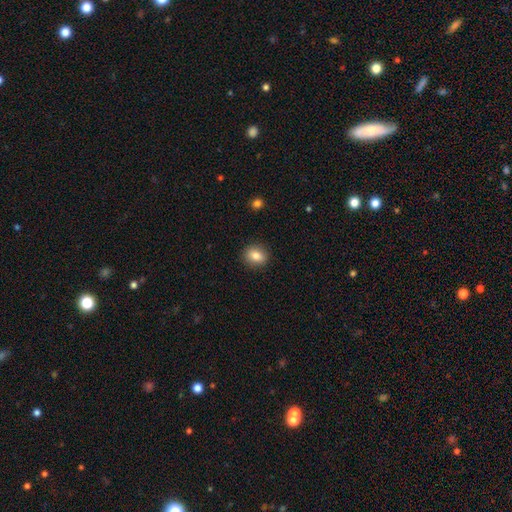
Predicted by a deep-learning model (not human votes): Q: Smooth or featured?
A: smooth (82%); runner-up: star or artifact (9%)
Q: How rounded?
A: round (61%); runner-up: in between (38%)
Q: Merging?
A: none (89%); runner-up: minor disturbance (7%)